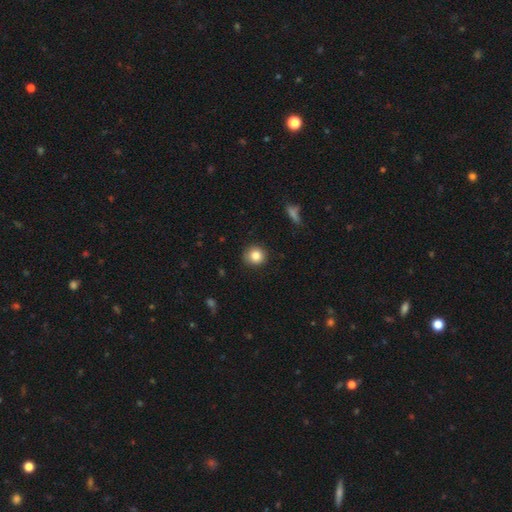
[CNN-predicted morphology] Smooth or featured? Predicted: smooth (p=0.84). How rounded? Predicted: round (p=0.91). Merging? Predicted: none (p=0.87).